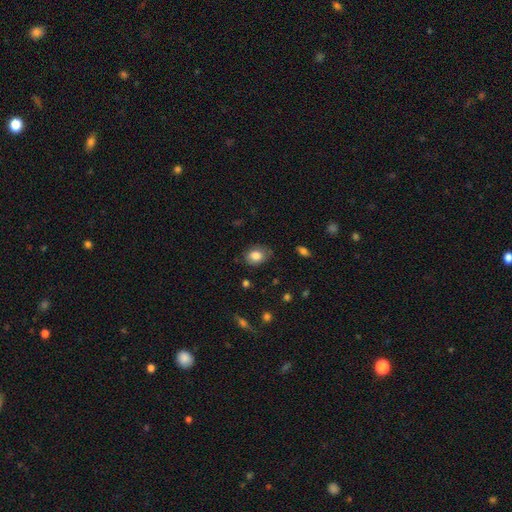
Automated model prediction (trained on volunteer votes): Smooth or featured? smooth (83%)
How rounded? in between (68%)
Merging? none (77%)